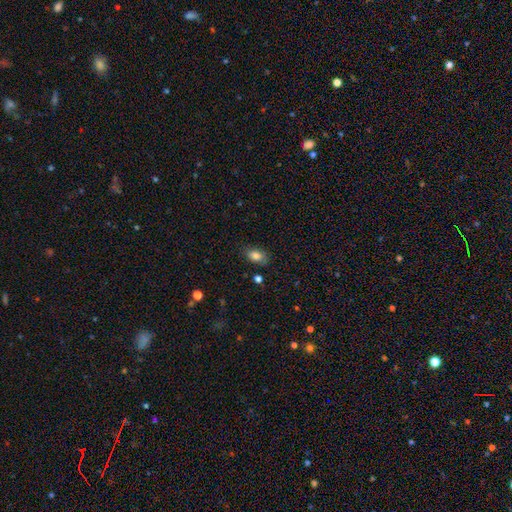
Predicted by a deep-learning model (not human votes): Smooth or featured? Predicted: smooth (p=0.84). How rounded? Predicted: in between (p=0.88). Merging? Predicted: none (p=0.79).